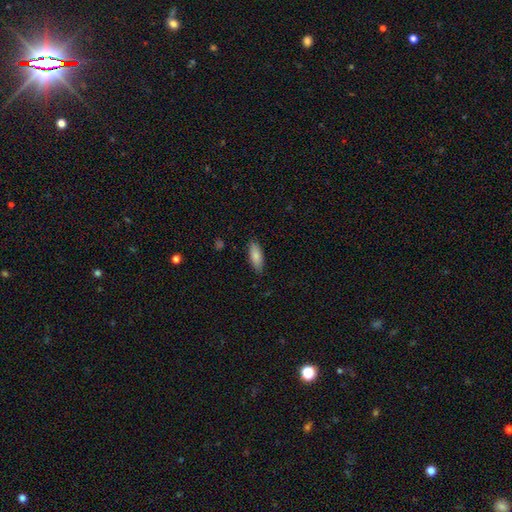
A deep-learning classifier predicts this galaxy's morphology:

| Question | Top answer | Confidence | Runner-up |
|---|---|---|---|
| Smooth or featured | smooth | 85% | featured or disk (9%) |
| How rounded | in between | 75% | cigar-shaped (23%) |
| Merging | none | 85% | minor disturbance (12%) |